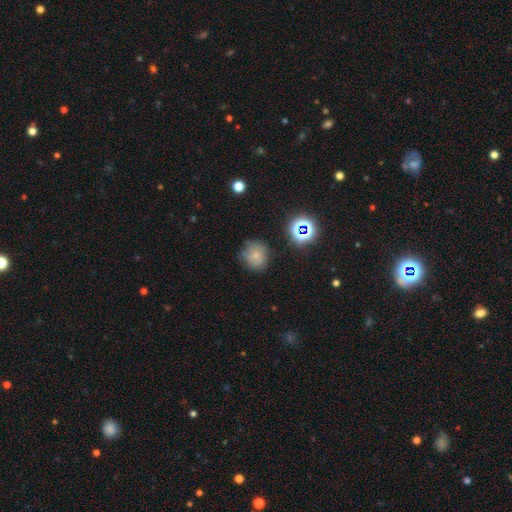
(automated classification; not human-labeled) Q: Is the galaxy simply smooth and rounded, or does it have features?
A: smooth — 69%.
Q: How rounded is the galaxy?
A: round — 87%.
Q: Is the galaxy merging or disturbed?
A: none — 75%.